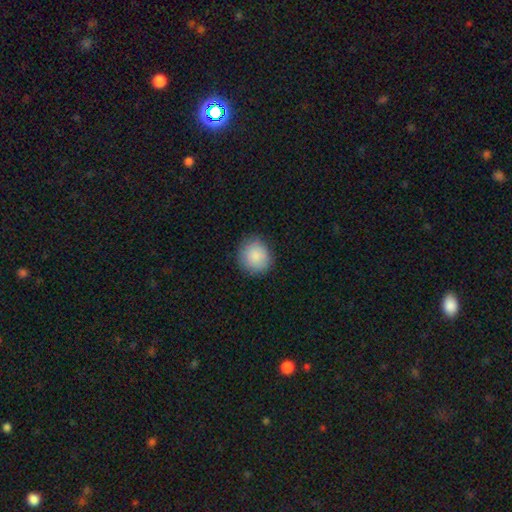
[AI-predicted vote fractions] This is clearly a smooth galaxy (87%). How rounded: clearly round (86%). Merging: clearly none (85%).